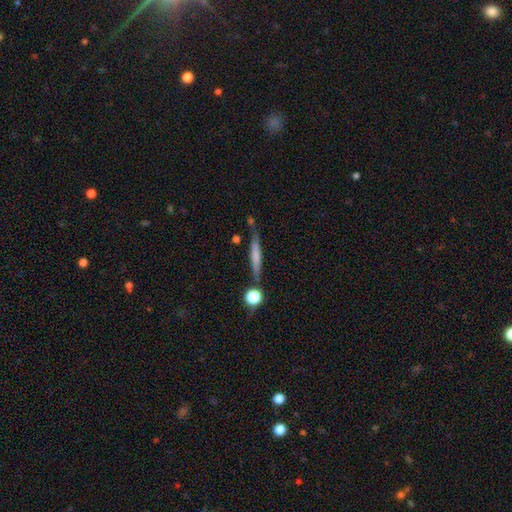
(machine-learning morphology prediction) A smooth galaxy with no disk features (56%) that is cigar-shaped (90%).

Vote fractions:
- Smooth or featured? smooth: 56% / featured or disk: 36% / star or artifact: 8%
- How rounded? cigar-shaped: 90% / in between: 7% / round: 3%
- Merging? none: 75% / minor disturbance: 14% / merger: 7% / major disturbance: 4%